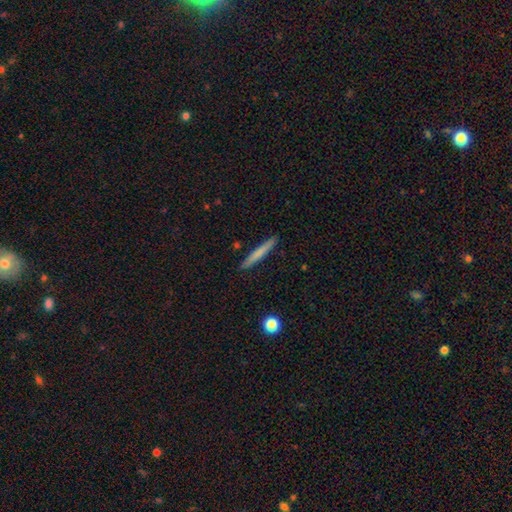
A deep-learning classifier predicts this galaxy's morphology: smooth_or_featured: smooth (p=0.69) [alt: featured or disk p=0.25]
how_rounded: cigar-shaped (p=0.96) [alt: in between p=0.02]
merging: none (p=0.91) [alt: minor disturbance p=0.06]